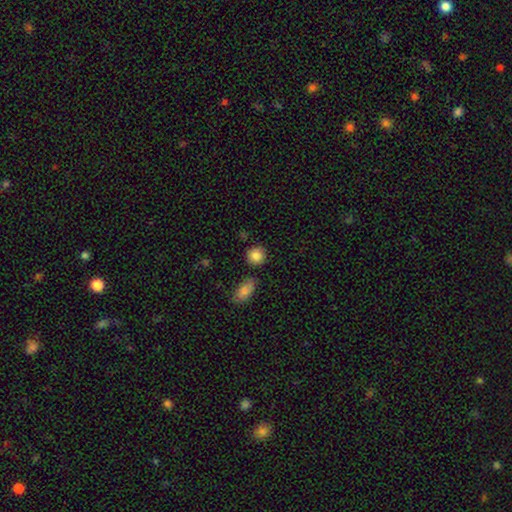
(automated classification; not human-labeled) Q: Smooth or featured?
A: smooth (86%); runner-up: star or artifact (8%)
Q: How rounded?
A: round (86%); runner-up: in between (13%)
Q: Merging?
A: none (81%); runner-up: minor disturbance (11%)